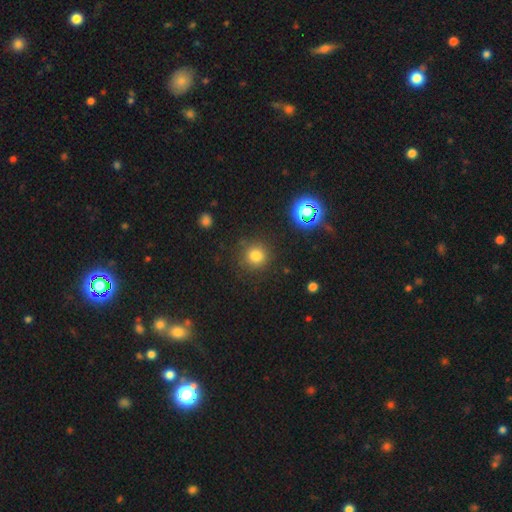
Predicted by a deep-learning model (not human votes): Smooth or featured? smooth (79%)
How rounded? round (93%)
Merging? none (87%)